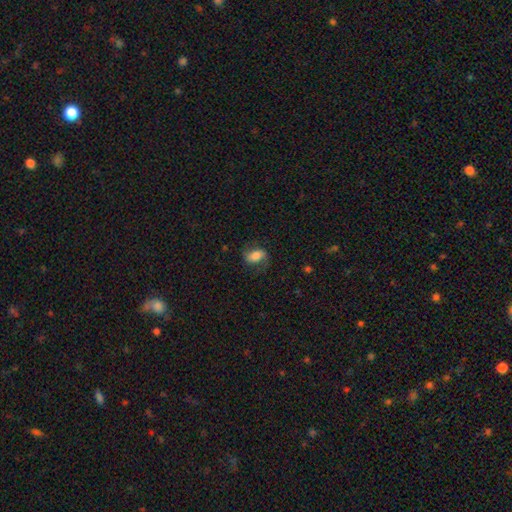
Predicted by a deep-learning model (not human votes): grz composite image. It shows a smooth galaxy with no disk features (57%) that is in between round and cigar-shaped (85%). Merging: none (68%).